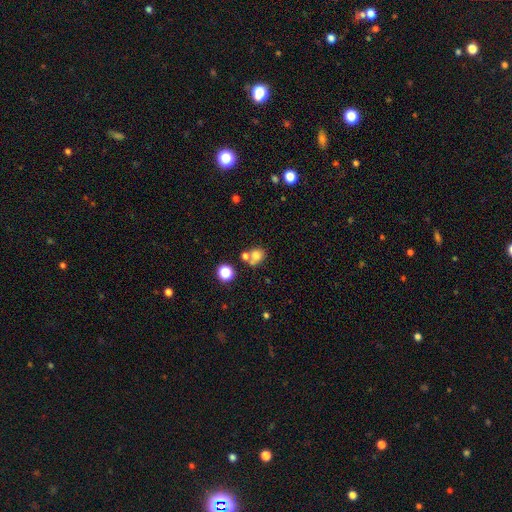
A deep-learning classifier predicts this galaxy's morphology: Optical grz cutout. It shows a smooth galaxy with no disk features (73%) that is round (77%). Merging: none (48%).